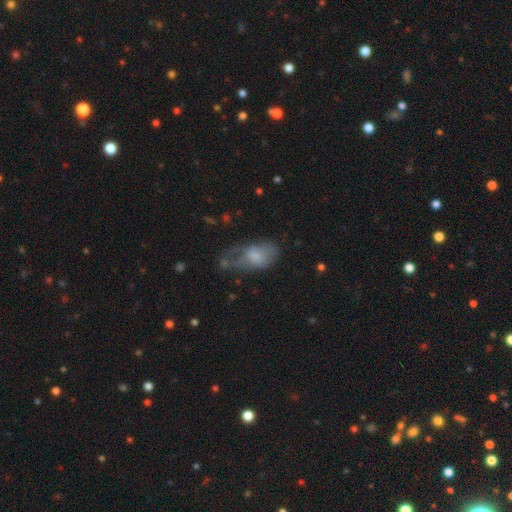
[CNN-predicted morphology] This appears to be a smooth galaxy with no disk features (60%) that is in between round and cigar-shaped (90%). Merging: major disturbance (41%).